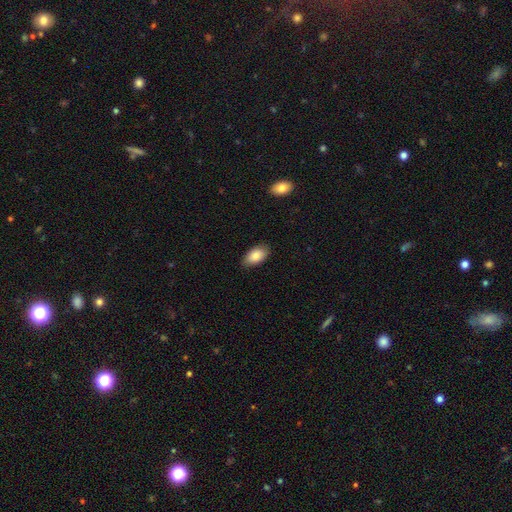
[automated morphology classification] Overall: smooth (86%). How rounded: in between (94%). Merging: none (83%).